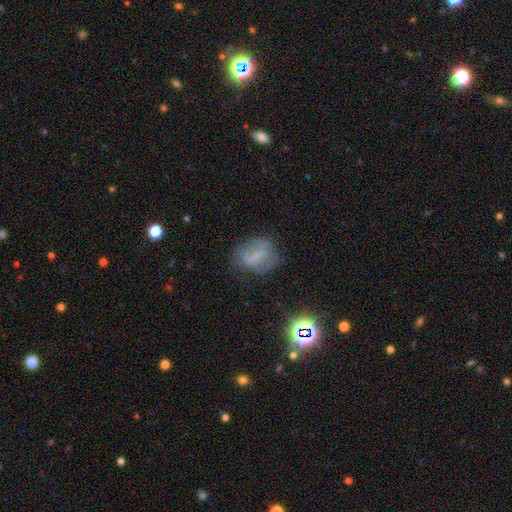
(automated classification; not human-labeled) This is possibly a smooth galaxy (50%). Merging: likely none (64%).